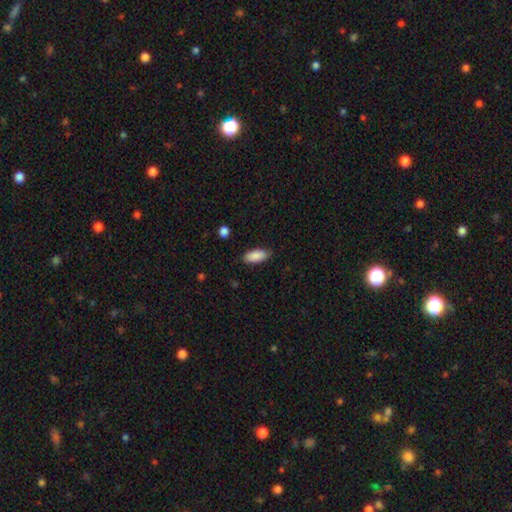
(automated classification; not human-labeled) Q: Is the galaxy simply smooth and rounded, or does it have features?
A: smooth — 89%.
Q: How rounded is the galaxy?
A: in between — 87%.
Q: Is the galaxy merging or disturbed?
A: none — 84%.